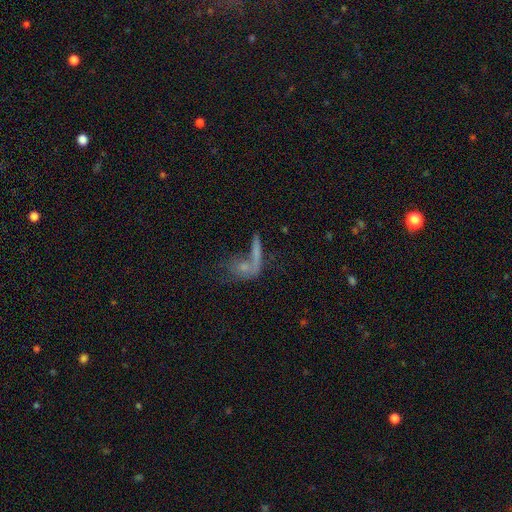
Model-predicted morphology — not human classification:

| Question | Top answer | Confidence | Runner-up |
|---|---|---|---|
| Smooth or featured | smooth | 49% | featured or disk (36%) |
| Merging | merger | 40% | none (35%) |